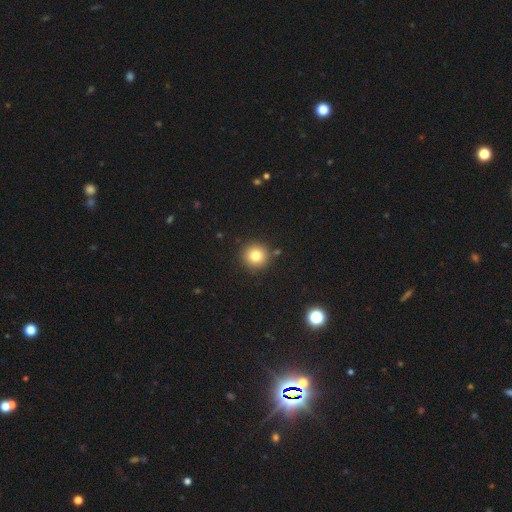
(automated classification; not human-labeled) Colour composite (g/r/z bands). It shows a smooth galaxy with no disk features (81%) that is round (94%). Merging: none (88%).